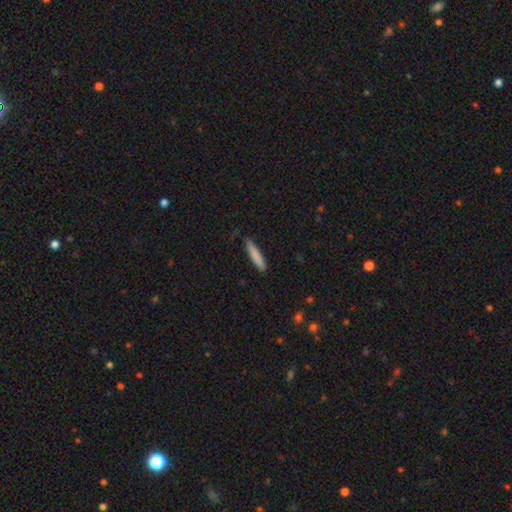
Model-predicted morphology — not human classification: Smooth or featured? smooth (82%)
How rounded? cigar-shaped (89%)
Merging? none (81%)